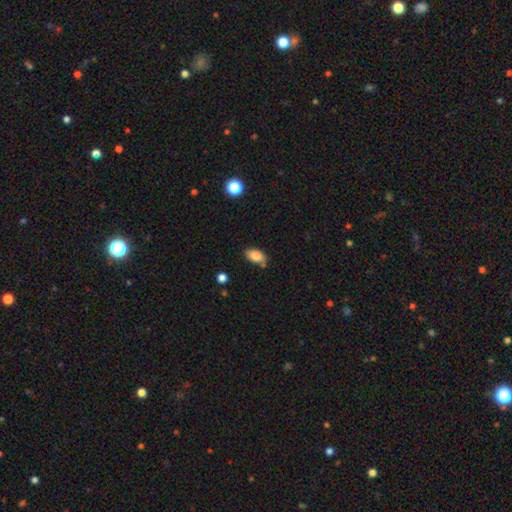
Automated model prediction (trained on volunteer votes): Smooth or featured? Predicted: smooth (p=0.83). How rounded? Predicted: in between (p=0.91). Merging? Predicted: none (p=0.73).